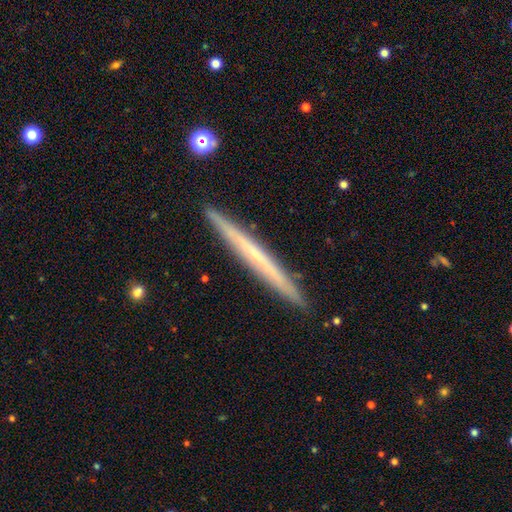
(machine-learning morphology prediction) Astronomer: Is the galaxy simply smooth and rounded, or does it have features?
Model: featured or disk — 56% (runner-up: smooth, 37%).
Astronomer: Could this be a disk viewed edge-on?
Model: yes — 97%.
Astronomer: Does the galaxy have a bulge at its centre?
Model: none — 84%.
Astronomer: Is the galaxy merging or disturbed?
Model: none — 91%.